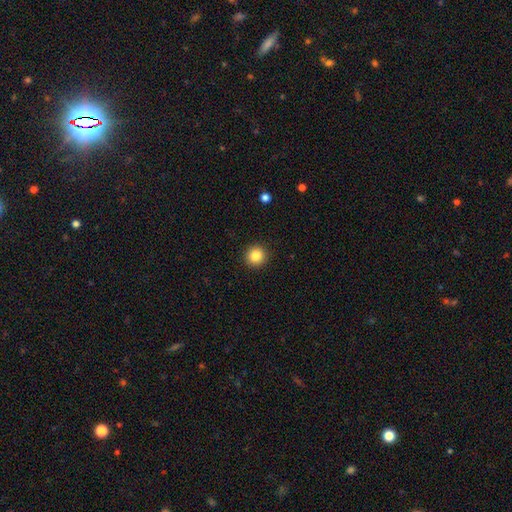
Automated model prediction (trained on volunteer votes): Morphology: type=smooth (84%); roundness=round (94%); merging=none (92%).